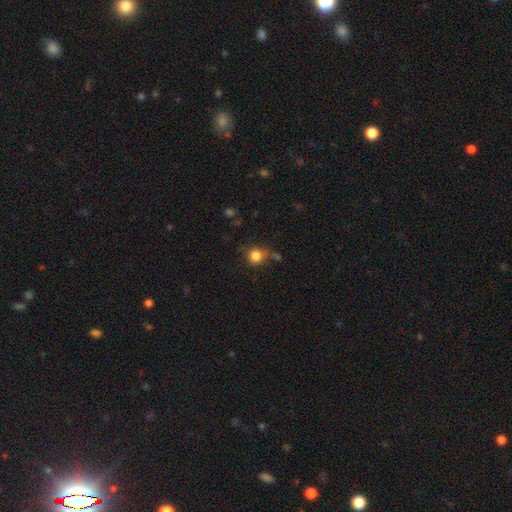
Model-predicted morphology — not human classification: type=smooth (82%); roundness=round (88%); merging=none (65%).